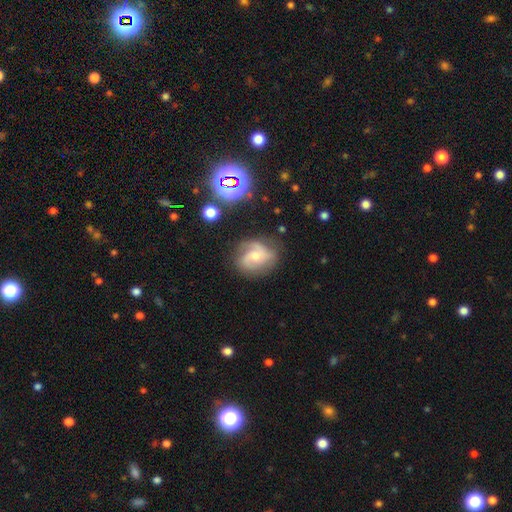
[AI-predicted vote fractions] Overall: featured or disk (75%). Edge-on disk: no (98%). Bar: no (58%; weak 35%). Spiral arms: yes (94%). Spiral arm count: 2 (51%; 3 24%). Spiral winding: medium (49%; tight 28%). Bulge size: moderate (48%; small 47%). Merging: none (67%).